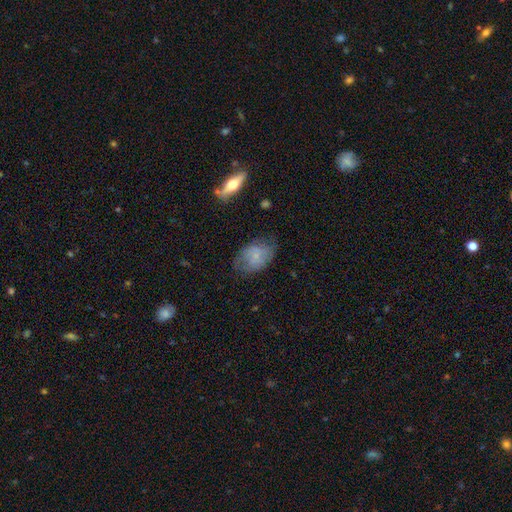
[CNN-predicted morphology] type=smooth (55%); roundness=in between (82%); merging=none (59%).